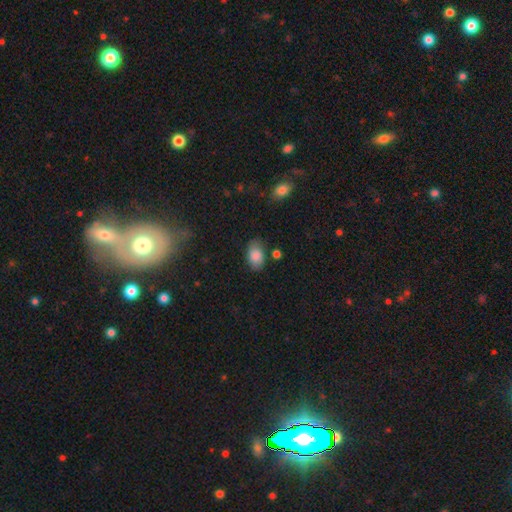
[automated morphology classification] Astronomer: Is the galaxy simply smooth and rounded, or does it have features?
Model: smooth — 83%.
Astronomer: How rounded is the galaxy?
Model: in between — 89%.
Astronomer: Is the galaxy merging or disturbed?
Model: none — 71%.